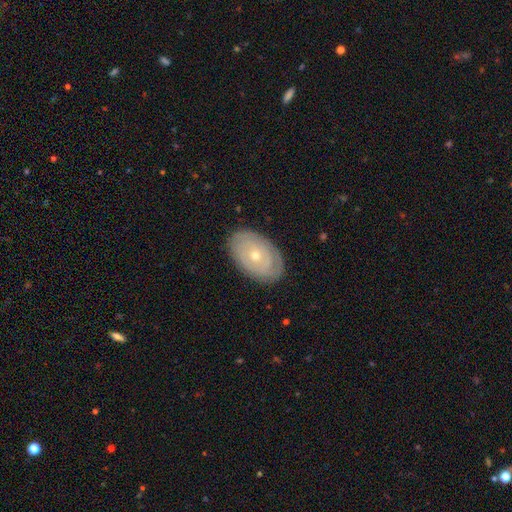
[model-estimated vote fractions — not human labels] Morphology: type=featured or disk (65%); edge-on=no (93%); bar=no (85%); spiral arms=yes (56%); bulge=small (56%); merging=none (84%).